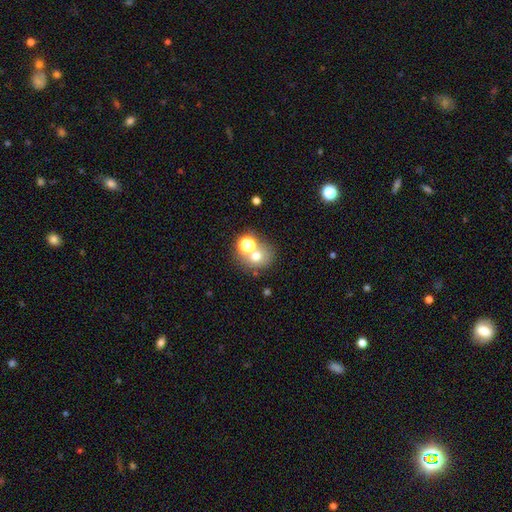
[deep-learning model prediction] smooth-or-featured: smooth: 65% | star or artifact: 21% | featured or disk: 15%
  how-rounded: round: 73% | in between: 26% | cigar-shaped: 1%
  merging: none: 50% | merger: 36% | minor disturbance: 9% | major disturbance: 5%